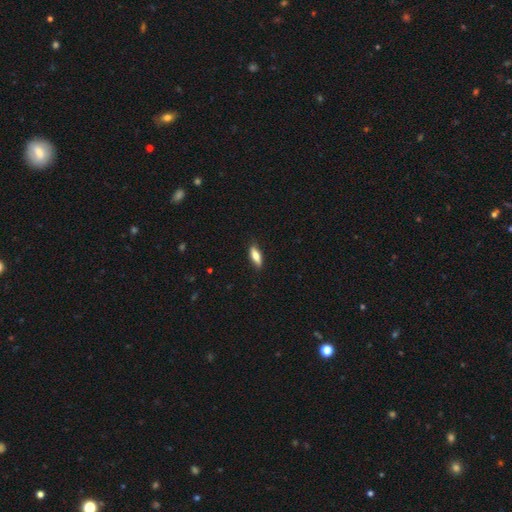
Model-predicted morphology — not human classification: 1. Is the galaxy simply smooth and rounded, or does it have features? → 75% smooth, 19% featured or disk, 6% star or artifact.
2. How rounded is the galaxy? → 56% in between, 41% cigar-shaped, 2% round.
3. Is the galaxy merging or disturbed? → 83% none, 13% minor disturbance, 2% major disturbance, 1% merger.